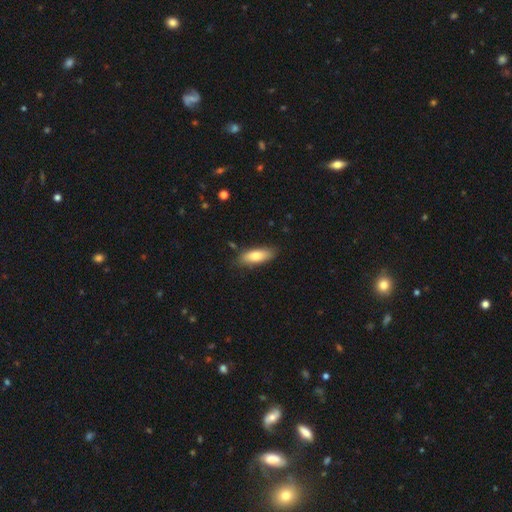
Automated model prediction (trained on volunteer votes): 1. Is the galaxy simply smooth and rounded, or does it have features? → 79% smooth, 15% featured or disk, 6% star or artifact.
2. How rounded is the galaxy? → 68% in between, 30% cigar-shaped, 2% round.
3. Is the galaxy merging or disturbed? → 81% none, 15% minor disturbance, 3% major disturbance, 2% merger.